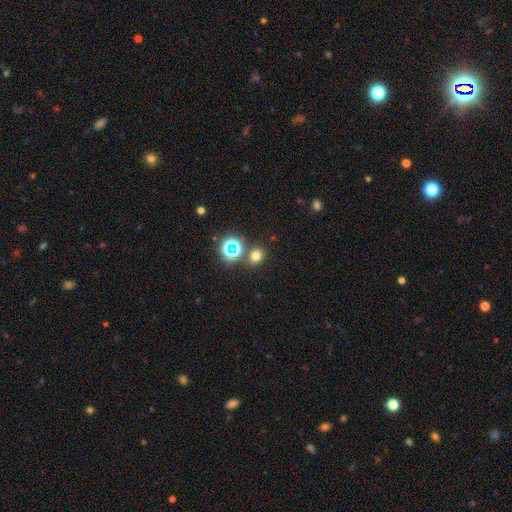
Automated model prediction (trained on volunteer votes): Morphology: type=smooth (68%); roundness=round (77%); merging=none (80%).